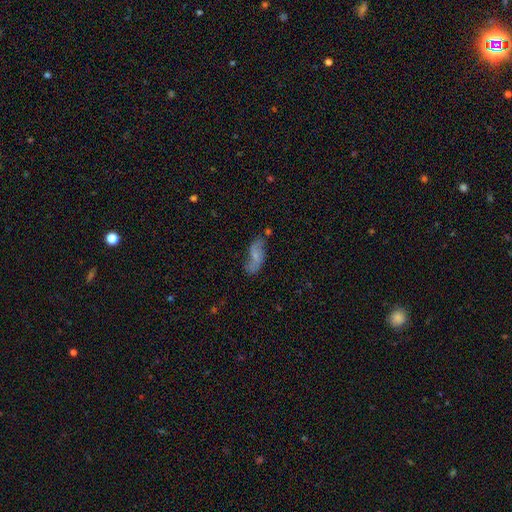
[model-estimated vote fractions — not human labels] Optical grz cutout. It shows a featured or disk galaxy (51%). Merging: none (58%).